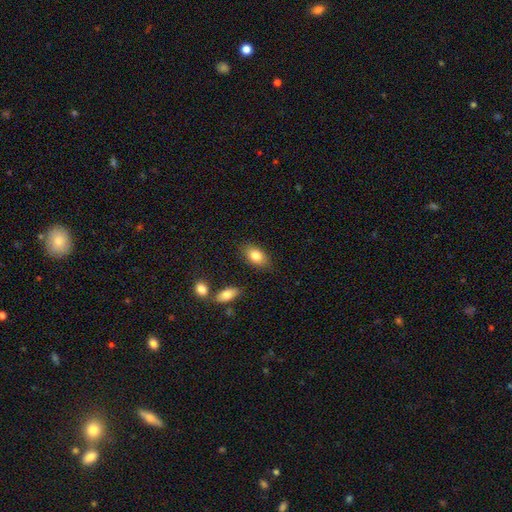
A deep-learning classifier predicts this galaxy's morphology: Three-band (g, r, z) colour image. It shows a smooth galaxy with no disk features (83%) that is in between round and cigar-shaped (88%). Merging: none (82%).